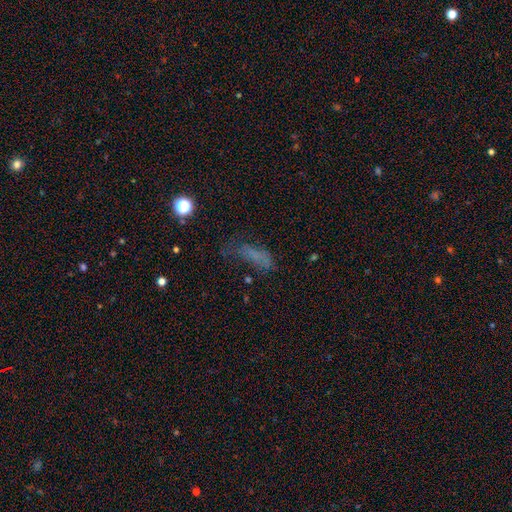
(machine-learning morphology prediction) Overall: smooth (53%; featured or disk 24%). How rounded: in between (62%; cigar-shaped 33%). Merging: none (36%; major disturbance 33%).